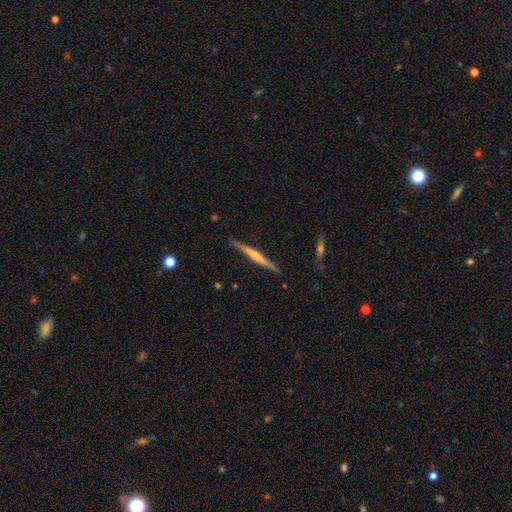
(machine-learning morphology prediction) smooth_or_featured: featured or disk (p=0.60) [alt: smooth p=0.34]
disk_edge_on: yes (p=0.98) [alt: no p=0.02]
edge_on_bulge: none (p=0.44) [alt: rounded p=0.42]
merging: none (p=0.89) [alt: minor disturbance p=0.09]